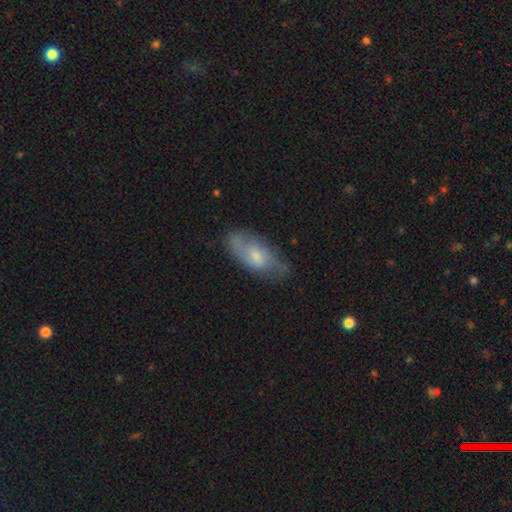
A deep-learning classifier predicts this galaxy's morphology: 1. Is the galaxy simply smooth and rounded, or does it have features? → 46% featured or disk (tied), 46% smooth (tied), 7% star or artifact.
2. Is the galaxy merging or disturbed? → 70% none, 22% minor disturbance, 6% major disturbance, 2% merger.